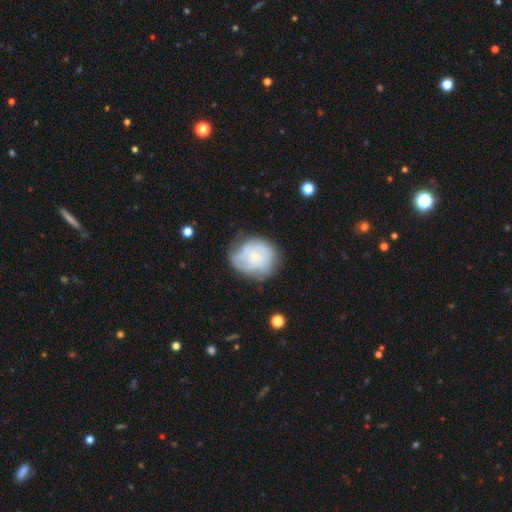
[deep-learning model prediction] The model was most divided on "spiral arm count": can't tell: 41%, 3: 21%, 2: 16%, 4: 11%, more than 4: 5%, 1: 5%. More confident: edge-on disk — no (98%); spiral arms — yes (89%); smooth or featured — featured or disk (70%); bar — no (70%); merging — none (68%); bulge size — small (65%); spiral winding — tight (62%).